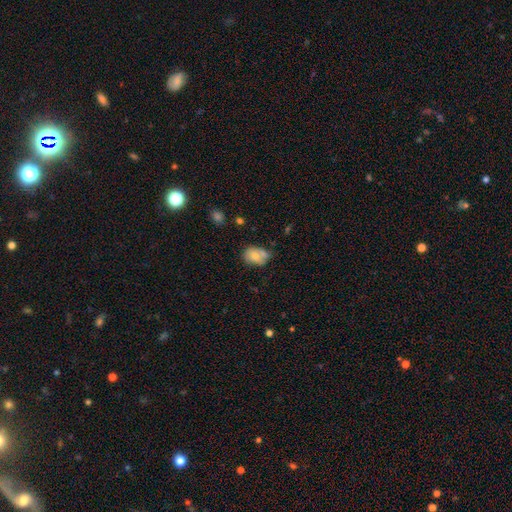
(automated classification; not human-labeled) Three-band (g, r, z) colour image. It shows a smooth galaxy with no disk features (69%) that is in between round and cigar-shaped (67%). Merging: none (47%).